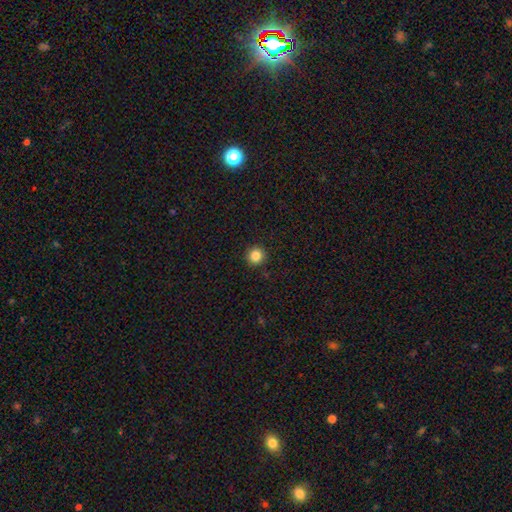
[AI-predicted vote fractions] smooth-or-featured: smooth: 85% | star or artifact: 11% | featured or disk: 4%
  how-rounded: round: 95% | in between: 4% | cigar-shaped: 1%
  merging: none: 92% | minor disturbance: 5% | major disturbance: 2% | merger: 1%